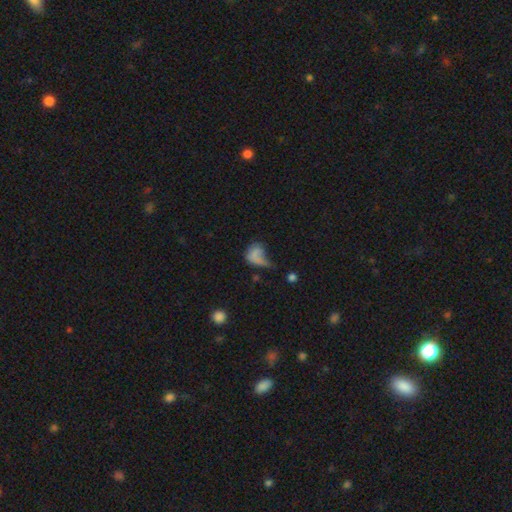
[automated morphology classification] A smooth galaxy with no disk features (62%) that is in between round and cigar-shaped (69%). Merging: major disturbance (46%).